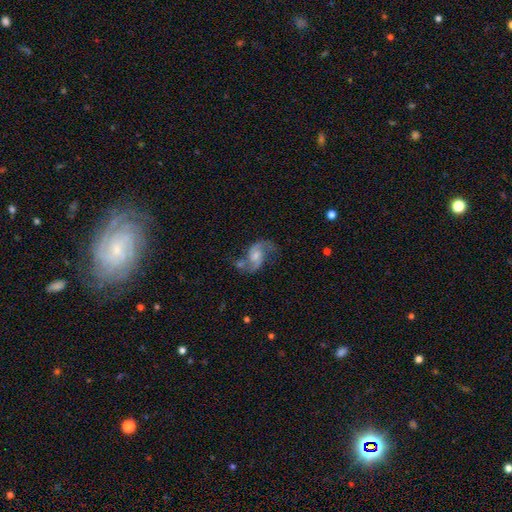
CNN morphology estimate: A featured or disk galaxy (79%) with no bar (50%), 2 (90%) loose (58%) spiral arms (93%) and a moderate central bulge (42%). Merging: none (47%).